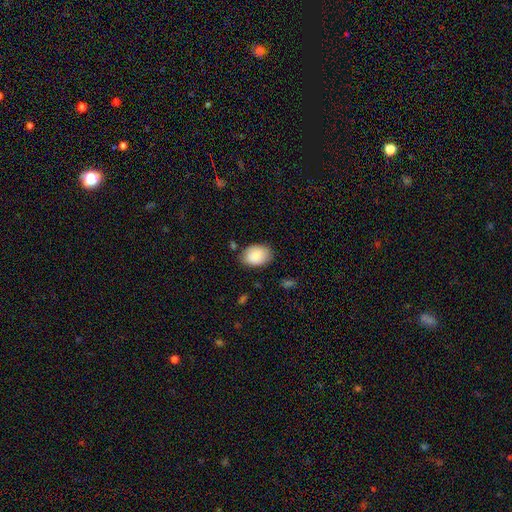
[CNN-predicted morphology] type=smooth (87%); roundness=in between (83%); merging=none (80%).